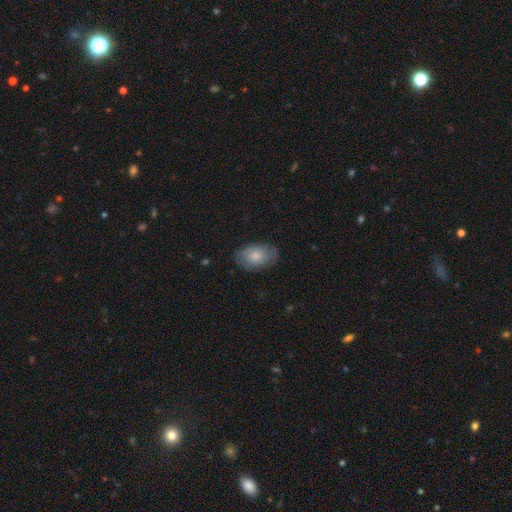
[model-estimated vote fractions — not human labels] A smooth galaxy with no disk features (65%) that is in between round and cigar-shaped (88%). Merging: none (77%).